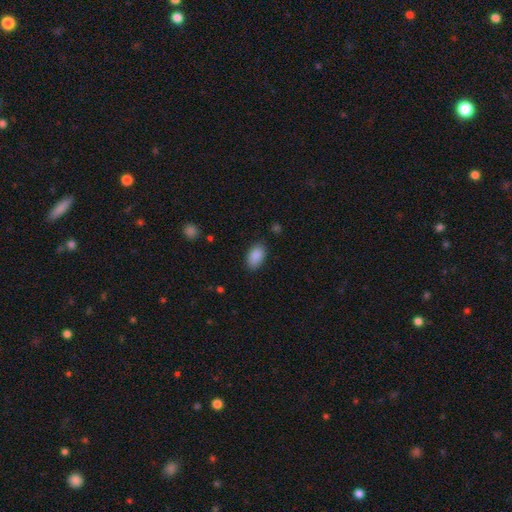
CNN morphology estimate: Smooth or featured? Predicted: smooth (p=0.89). How rounded? Predicted: in between (p=0.93). Merging? Predicted: none (p=0.85).